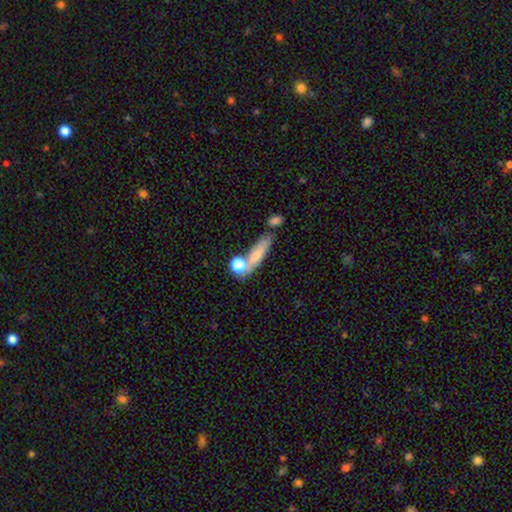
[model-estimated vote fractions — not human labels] This is likely a smooth galaxy (68%). How rounded: likely cigar-shaped (67%). Merging: possibly none (59%).